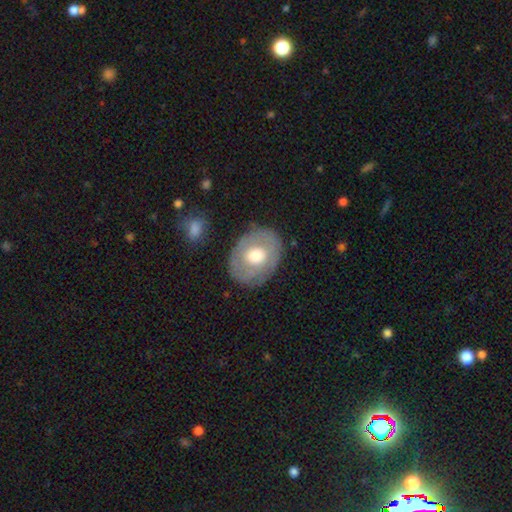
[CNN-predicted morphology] A smooth galaxy with no disk features (51%) that is in between round and cigar-shaped (57%).

Vote fractions:
- Smooth or featured? smooth: 51% / featured or disk: 43% / star or artifact: 6%
- How rounded? in between: 57% / round: 42% / cigar-shaped: 1%
- Merging? none: 78% / minor disturbance: 15% / major disturbance: 5% / merger: 2%